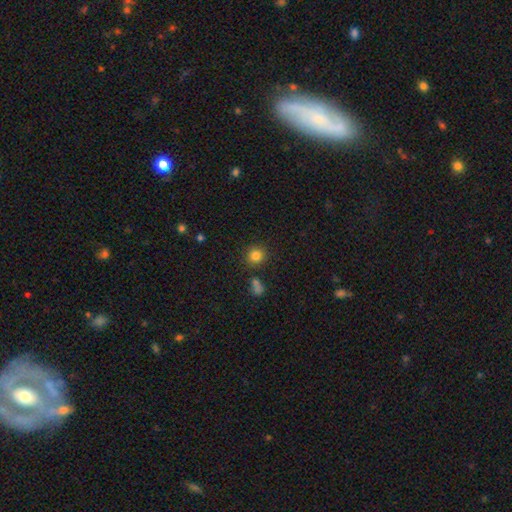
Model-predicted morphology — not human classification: Smooth or featured: smooth — 82% (star or artifact — 12%)
How rounded: round — 91% (in between — 8%)
Merging: none — 84% (minor disturbance — 8%)